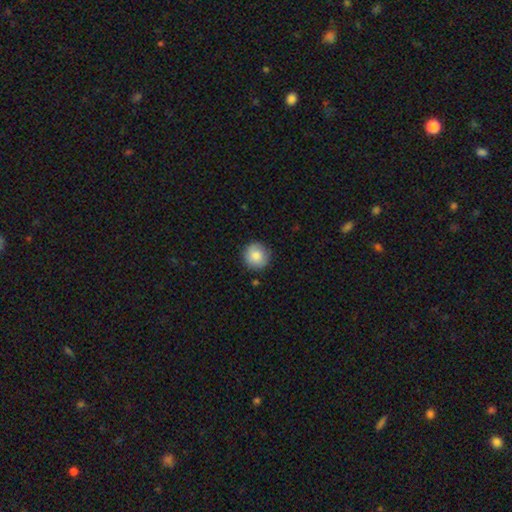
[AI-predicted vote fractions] smooth_or_featured: smooth (p=0.84) [alt: featured or disk p=0.08]
how_rounded: round (p=0.93) [alt: in between p=0.06]
merging: none (p=0.86) [alt: minor disturbance p=0.10]